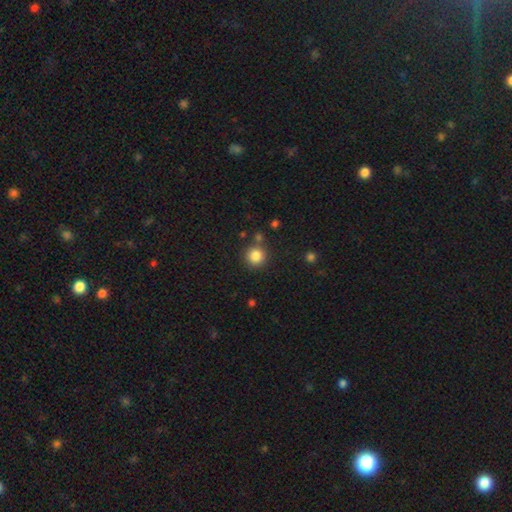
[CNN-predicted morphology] A smooth galaxy with no disk features (84%) that is round (94%).

Vote fractions:
- Smooth or featured? smooth: 84% / star or artifact: 11% / featured or disk: 5%
- How rounded? round: 94% / in between: 5% / cigar-shaped: 1%
- Merging? none: 83% / minor disturbance: 8% / merger: 7% / major disturbance: 3%